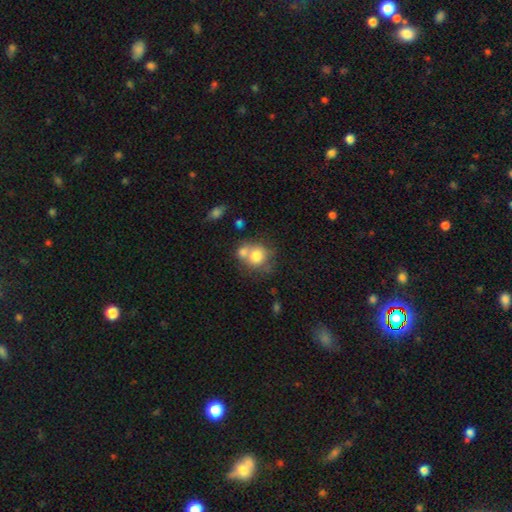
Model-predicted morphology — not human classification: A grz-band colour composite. It shows a smooth galaxy with no disk features (75%) that is round (78%). Merging: merger (47%).